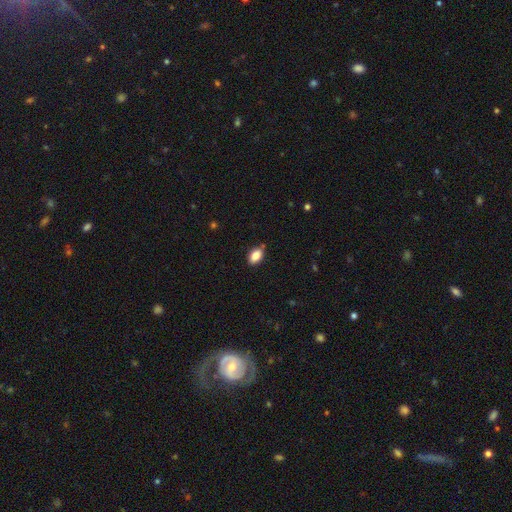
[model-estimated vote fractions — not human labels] Q: Smooth or featured?
A: smooth (84%); runner-up: star or artifact (8%)
Q: How rounded?
A: in between (89%); runner-up: round (8%)
Q: Merging?
A: none (80%); runner-up: minor disturbance (15%)